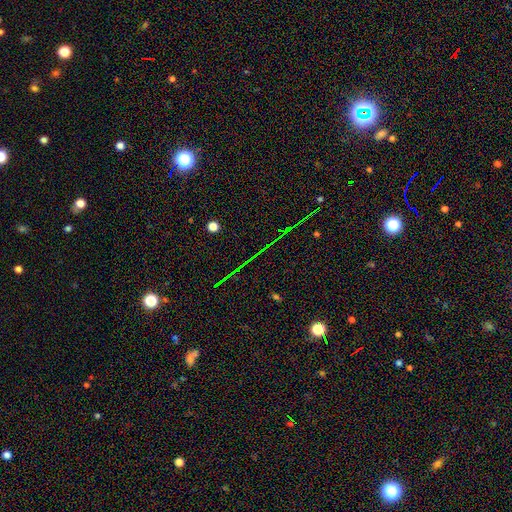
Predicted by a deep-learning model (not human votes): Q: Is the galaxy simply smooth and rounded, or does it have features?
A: star or artifact — 77%.